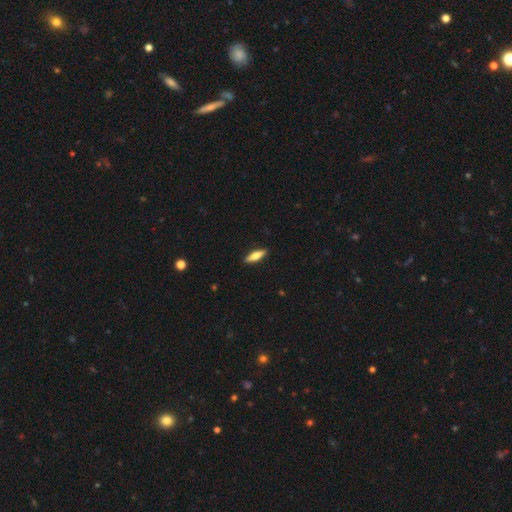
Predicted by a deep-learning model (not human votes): smooth 58%, featured or disk 36%, star or artifact 6%. Down the decision tree: how rounded — cigar-shaped (57%); merging — none (89%).